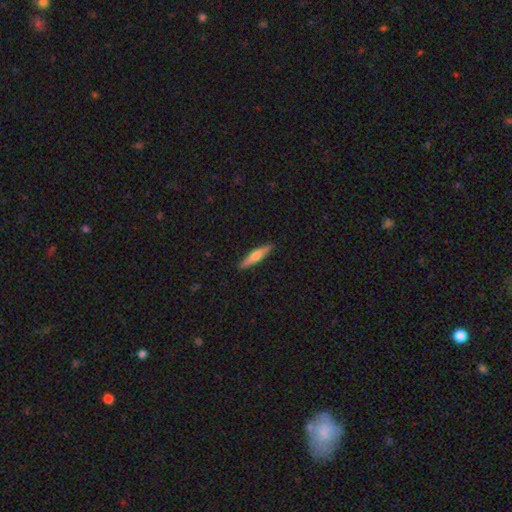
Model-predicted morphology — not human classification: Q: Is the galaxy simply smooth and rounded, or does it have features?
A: smooth — 57%.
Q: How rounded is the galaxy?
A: cigar-shaped — 84%.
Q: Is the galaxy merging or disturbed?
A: none — 90%.